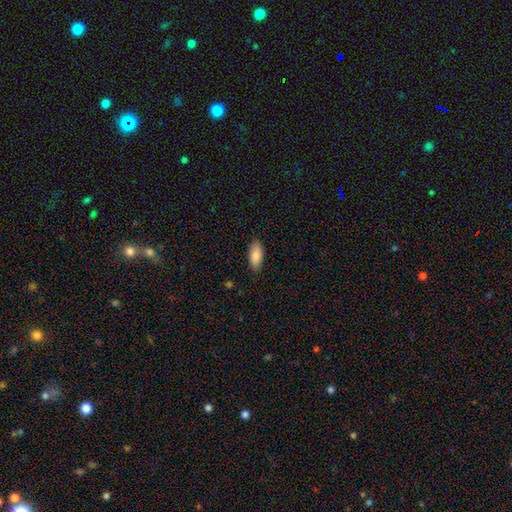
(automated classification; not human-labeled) This appears to be a smooth galaxy with no disk features (87%) that is in between round and cigar-shaped (83%). Merging: none (88%).